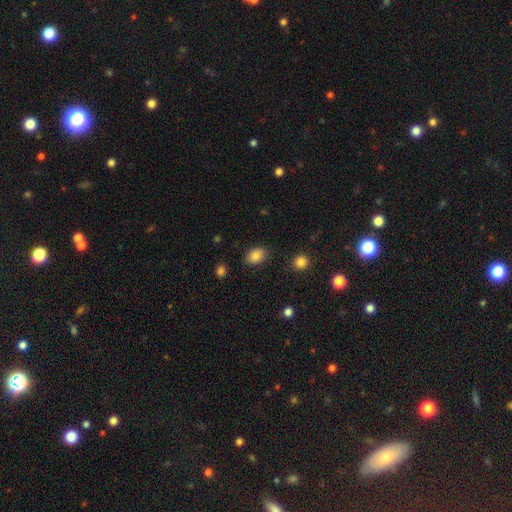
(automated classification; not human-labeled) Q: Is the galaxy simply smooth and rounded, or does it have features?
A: smooth — 84%.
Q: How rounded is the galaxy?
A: in between — 75%.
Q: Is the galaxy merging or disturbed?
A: none — 84%.